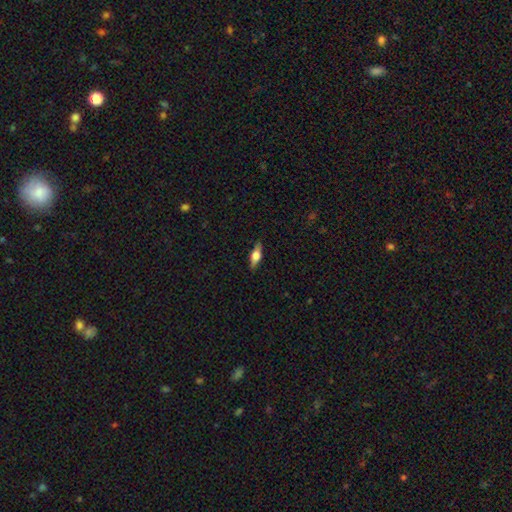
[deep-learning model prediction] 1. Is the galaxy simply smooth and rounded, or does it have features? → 51% smooth, 43% featured or disk, 7% star or artifact.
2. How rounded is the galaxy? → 58% in between, 39% cigar-shaped, 4% round.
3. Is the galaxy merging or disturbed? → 87% none, 10% minor disturbance, 2% major disturbance, 1% merger.